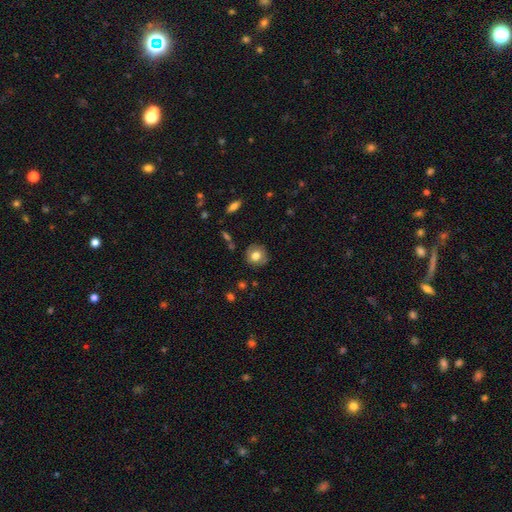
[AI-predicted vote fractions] Smooth or featured? smooth (75%)
How rounded? round (91%)
Merging? none (86%)